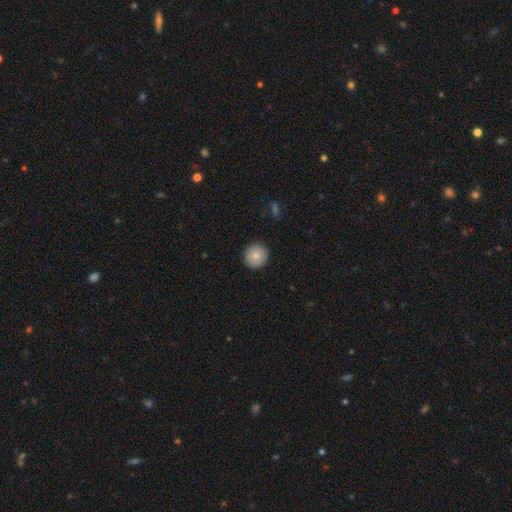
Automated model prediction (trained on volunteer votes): Smooth or featured?
  - smooth: 82% *
  - featured or disk: 10%
  - star or artifact: 8%
How rounded?
  - round: 93% *
  - in between: 6%
  - cigar-shaped: 1%
Merging?
  - none: 91% *
  - minor disturbance: 6%
  - major disturbance: 2%
  - merger: 1%